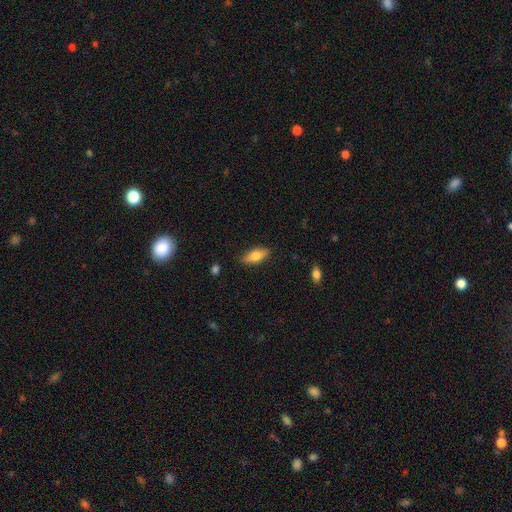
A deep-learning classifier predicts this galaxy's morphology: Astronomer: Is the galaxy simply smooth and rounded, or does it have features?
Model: smooth — 68%.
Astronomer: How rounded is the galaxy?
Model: in between — 72%.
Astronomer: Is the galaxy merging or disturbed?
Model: none — 86%.